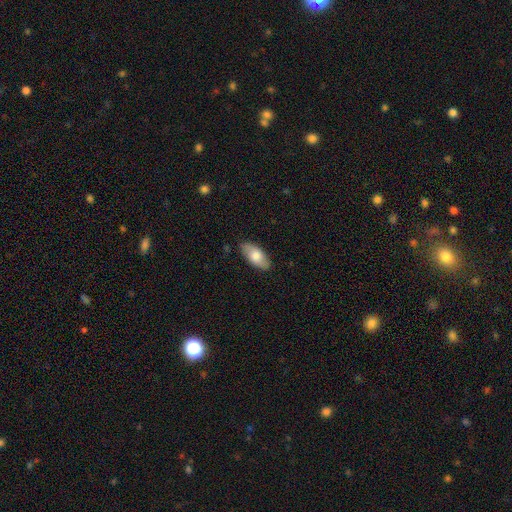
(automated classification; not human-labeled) Smooth or featured? Predicted: smooth (p=0.74). How rounded? Predicted: in between (p=0.90). Merging? Predicted: none (p=0.85).